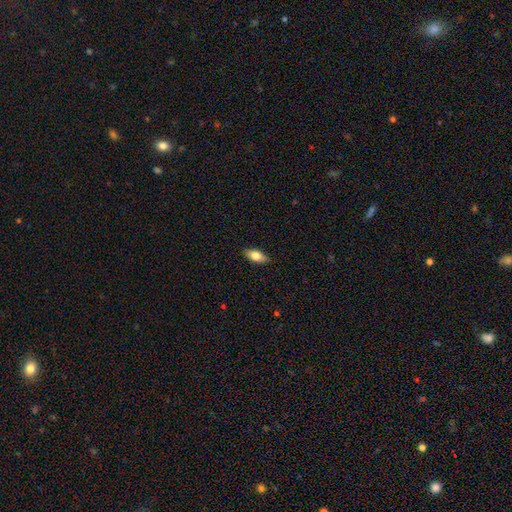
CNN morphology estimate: smooth_or_featured: smooth (p=0.76) [alt: featured or disk p=0.17]
how_rounded: in between (p=0.85) [alt: cigar-shaped p=0.12]
merging: none (p=0.89) [alt: minor disturbance p=0.09]